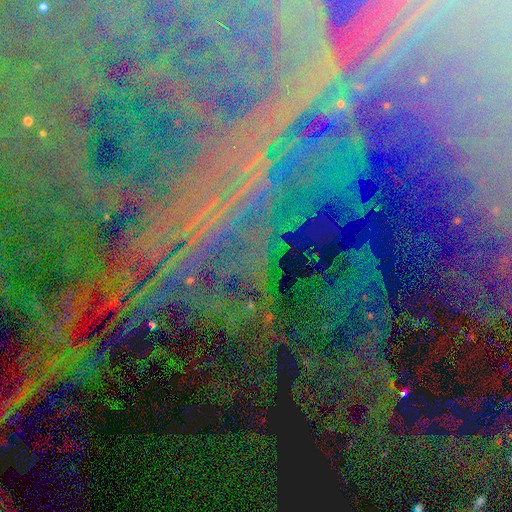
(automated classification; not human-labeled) A star or artifact, not a galaxy (77%).